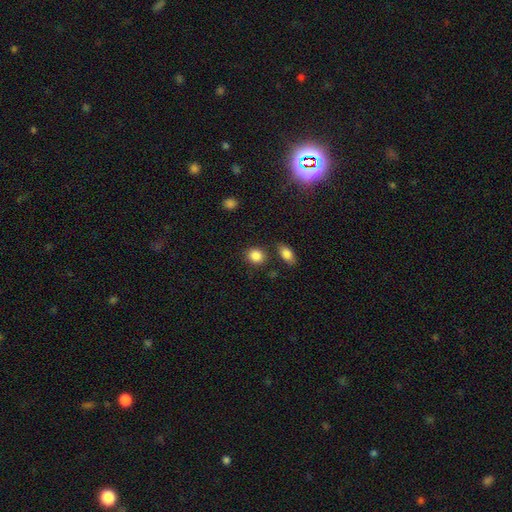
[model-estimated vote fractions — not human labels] Smooth or featured?
  - smooth: 86% *
  - star or artifact: 9%
  - featured or disk: 4%
How rounded?
  - round: 68% *
  - in between: 31%
  - cigar-shaped: 1%
Merging?
  - none: 79% *
  - minor disturbance: 11%
  - merger: 7%
  - major disturbance: 3%